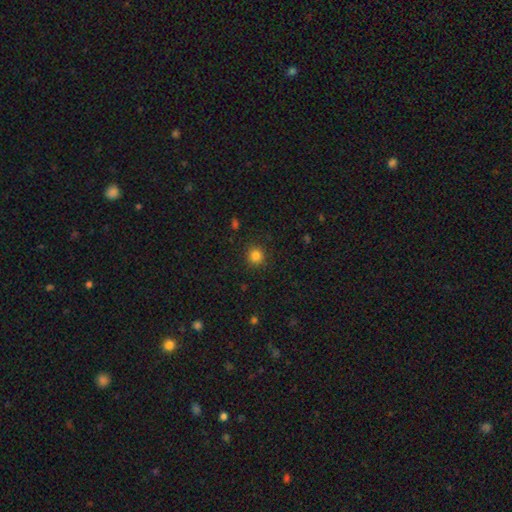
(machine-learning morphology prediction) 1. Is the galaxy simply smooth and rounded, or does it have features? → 84% smooth, 12% star or artifact, 4% featured or disk.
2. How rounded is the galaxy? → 93% round, 6% in between, 1% cigar-shaped.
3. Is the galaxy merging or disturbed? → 90% none, 6% minor disturbance, 2% major disturbance, 1% merger.